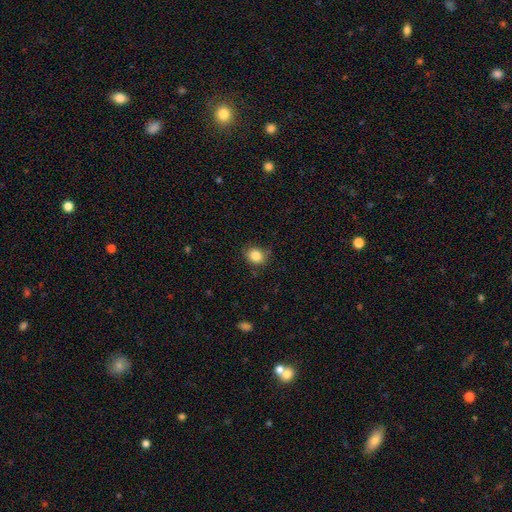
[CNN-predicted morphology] smooth-or-featured: smooth: 85% | star or artifact: 10% | featured or disk: 5%
  how-rounded: round: 65% | in between: 34% | cigar-shaped: 1%
  merging: none: 78% | minor disturbance: 17% | major disturbance: 4% | merger: 1%